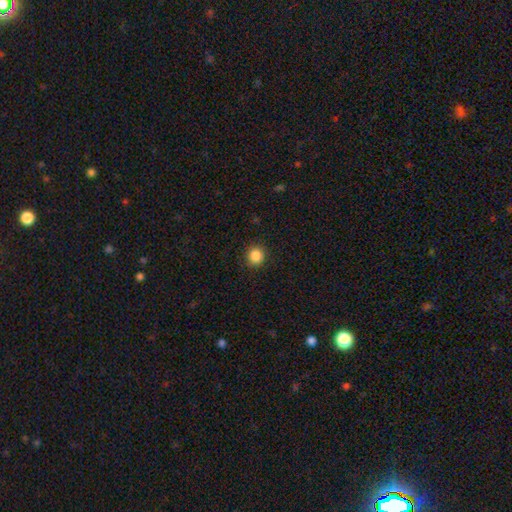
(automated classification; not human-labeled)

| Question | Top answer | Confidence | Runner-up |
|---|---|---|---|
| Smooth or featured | smooth | 87% | star or artifact (10%) |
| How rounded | round | 89% | in between (10%) |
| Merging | none | 91% | minor disturbance (6%) |